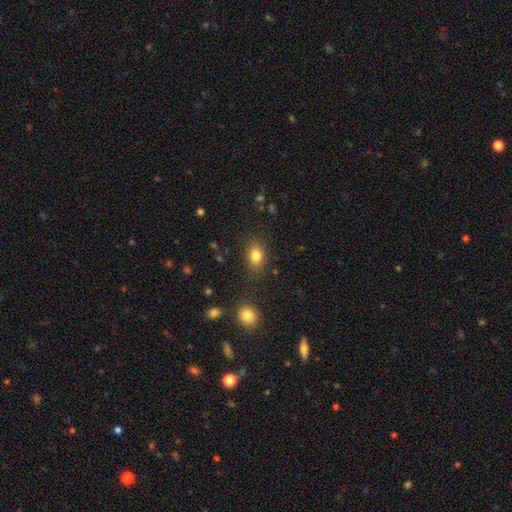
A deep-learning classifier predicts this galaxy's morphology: Overall: smooth (82%). How rounded: in between (68%; round 31%). Merging: none (79%).